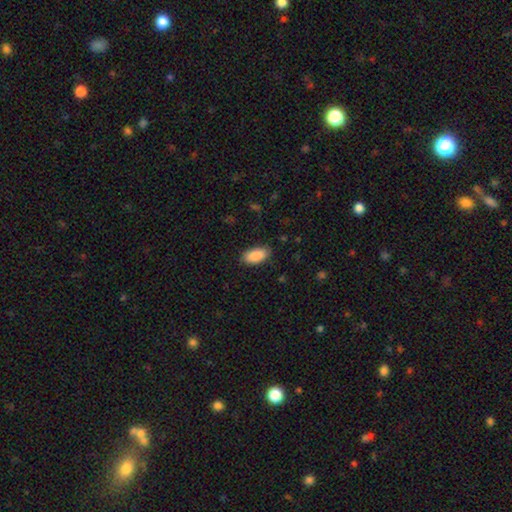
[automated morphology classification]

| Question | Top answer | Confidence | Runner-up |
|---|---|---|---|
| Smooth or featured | smooth | 91% | star or artifact (6%) |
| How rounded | in between | 93% | cigar-shaped (4%) |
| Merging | none | 86% | minor disturbance (10%) |